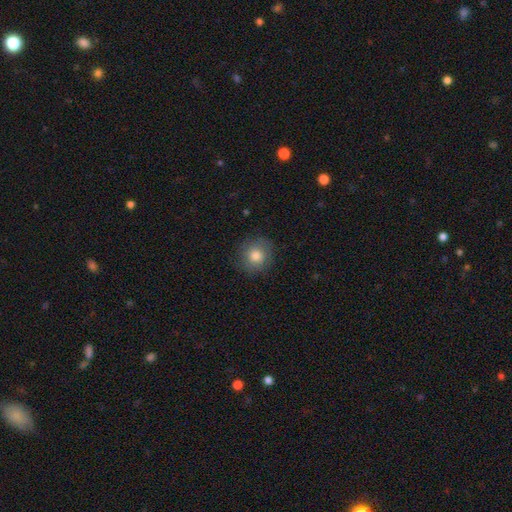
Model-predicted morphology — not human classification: Smooth or featured?
  - smooth: 81% *
  - featured or disk: 10%
  - star or artifact: 9%
How rounded?
  - round: 88% *
  - in between: 11%
  - cigar-shaped: 1%
Merging?
  - none: 85% *
  - minor disturbance: 11%
  - major disturbance: 3%
  - merger: 1%